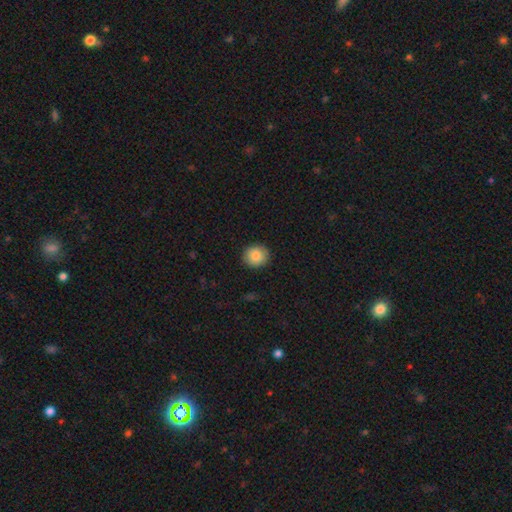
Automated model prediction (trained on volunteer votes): Smooth or featured?
  - smooth: 86% *
  - star or artifact: 8%
  - featured or disk: 6%
How rounded?
  - round: 90% *
  - in between: 9%
  - cigar-shaped: 1%
Merging?
  - none: 92% *
  - minor disturbance: 6%
  - major disturbance: 2%
  - merger: 1%